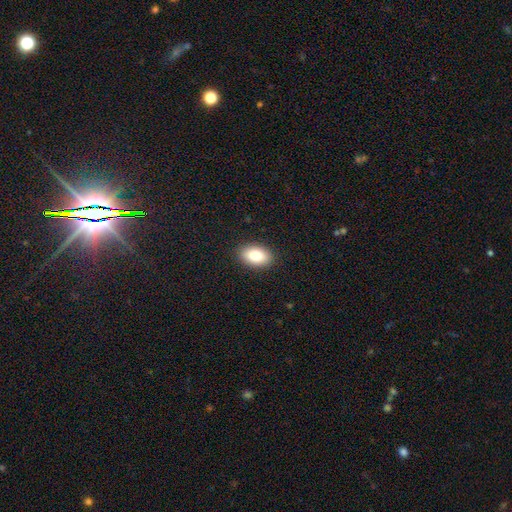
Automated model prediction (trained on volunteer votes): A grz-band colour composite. It shows a smooth galaxy with no disk features (83%) that is in between round and cigar-shaped (91%). Merging: none (90%).